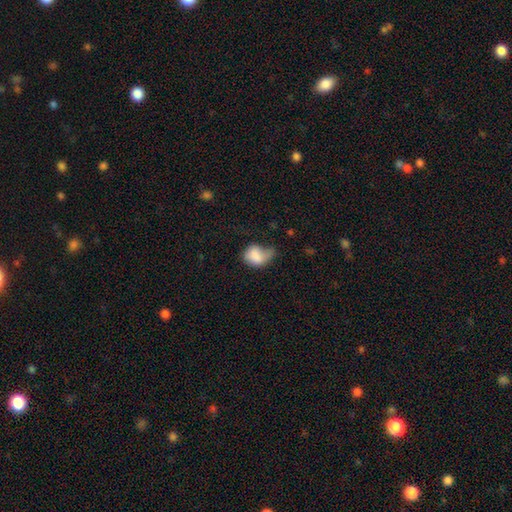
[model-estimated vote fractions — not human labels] Q: Smooth or featured?
A: smooth (78%); runner-up: featured or disk (14%)
Q: How rounded?
A: in between (60%); runner-up: round (39%)
Q: Merging?
A: minor disturbance (36%); runner-up: major disturbance (31%)